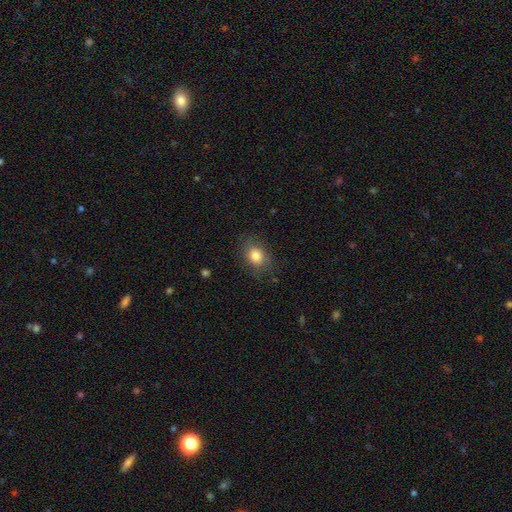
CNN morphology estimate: A smooth galaxy with no disk features (83%) that is in between round and cigar-shaped (58%). Merging: none (79%).